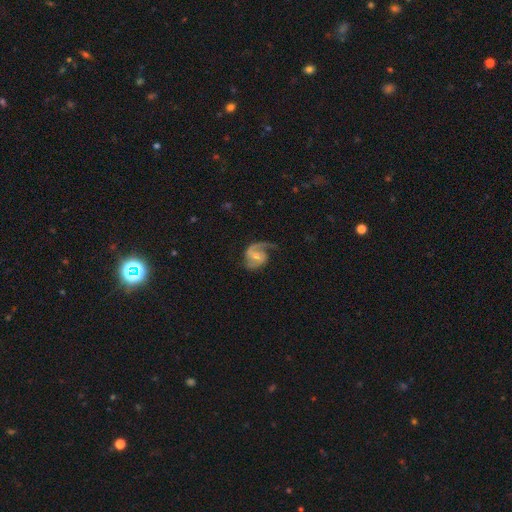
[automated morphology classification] smooth_or_featured: featured or disk (p=0.84) [alt: smooth p=0.11]
disk_edge_on: no (p=0.98) [alt: yes p=0.02]
bar: weak (p=0.49) [alt: no p=0.35]
has_spiral_arms: yes (p=0.96) [alt: no p=0.04]
spiral_winding: medium (p=0.50) [alt: loose p=0.31]
spiral_arm_count: 2 (p=0.67) [alt: 1 p=0.26]
bulge_size: small (p=0.49) [alt: moderate p=0.36]
merging: none (p=0.58) [alt: minor disturbance p=0.21]